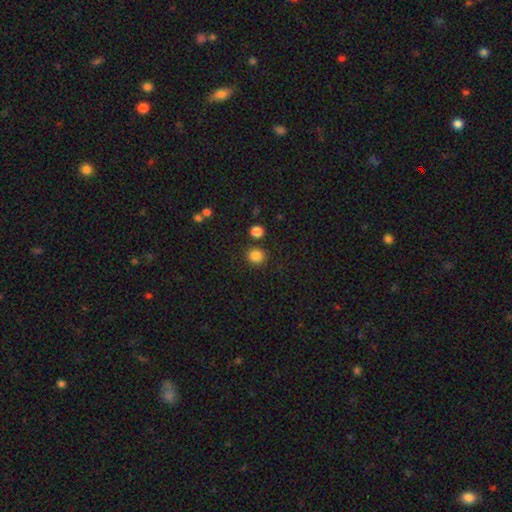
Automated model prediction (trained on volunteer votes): Overall: smooth (85%). How rounded: round (84%). Merging: none (84%).